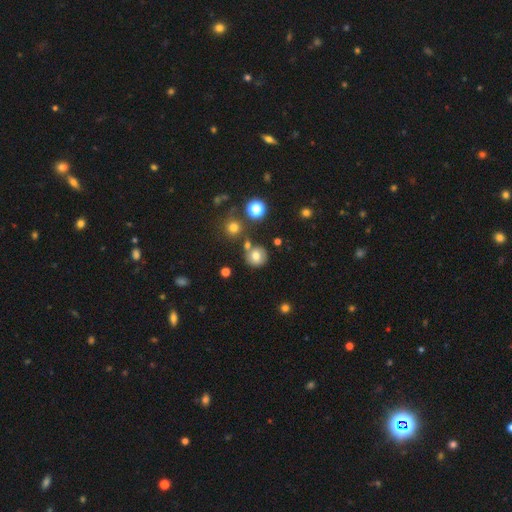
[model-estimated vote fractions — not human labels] Overall: smooth (73%). How rounded: round (90%). Merging: none (74%).